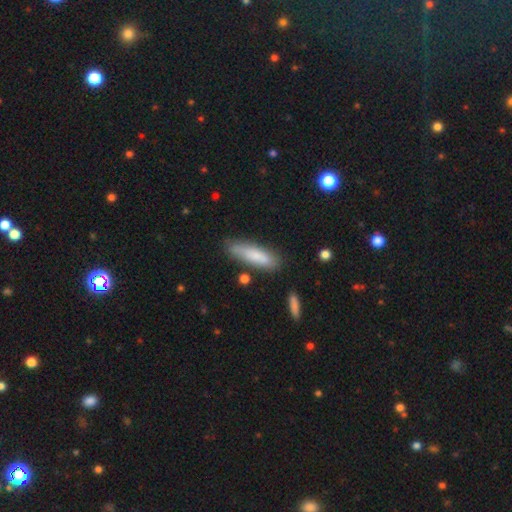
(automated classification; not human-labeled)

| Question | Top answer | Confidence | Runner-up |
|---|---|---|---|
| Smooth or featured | smooth | 76% | featured or disk (18%) |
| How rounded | cigar-shaped | 65% | in between (33%) |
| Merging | none | 73% | minor disturbance (19%) |